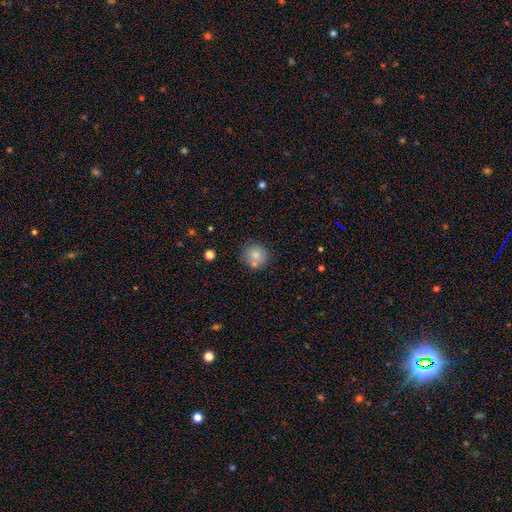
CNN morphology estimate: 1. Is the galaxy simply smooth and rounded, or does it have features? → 79% smooth, 12% featured or disk, 9% star or artifact.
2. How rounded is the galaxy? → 92% round, 7% in between, 1% cigar-shaped.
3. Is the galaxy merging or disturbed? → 72% none, 13% merger, 12% minor disturbance, 3% major disturbance.